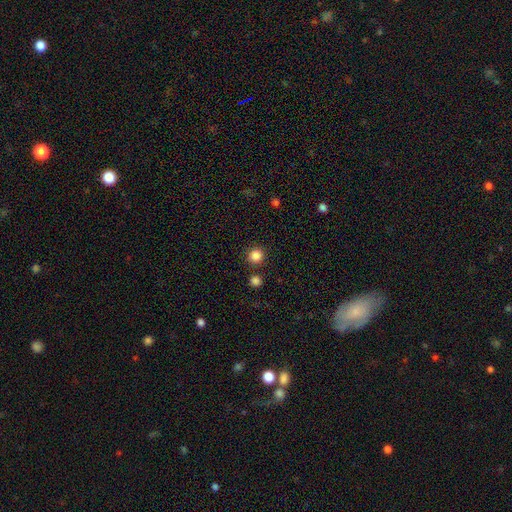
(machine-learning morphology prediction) This is clearly a smooth galaxy (85%). How rounded: clearly round (93%). Merging: clearly none (88%).